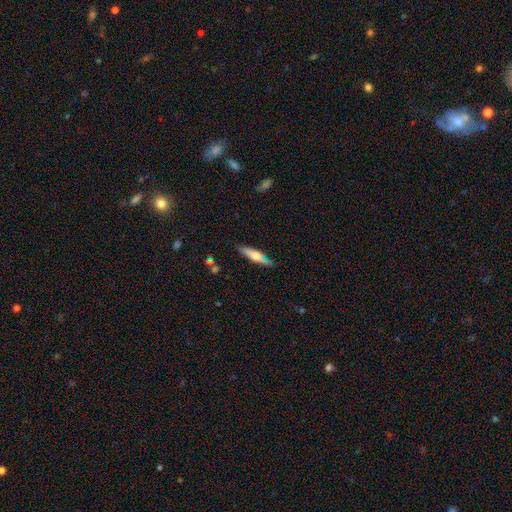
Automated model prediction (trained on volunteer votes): Overall: featured or disk (53%; smooth 41%). Edge-on disk: yes (93%). Merging: none (81%).